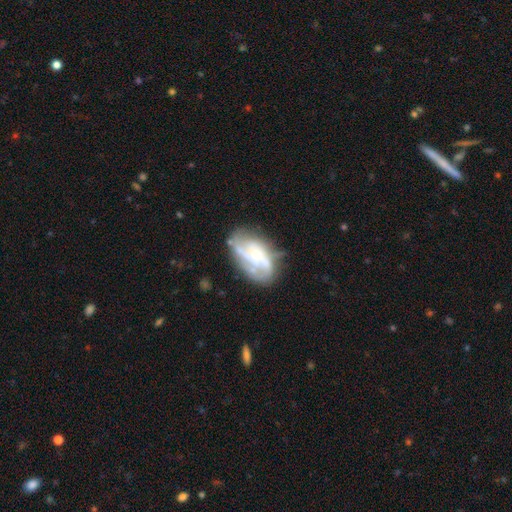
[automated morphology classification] smooth_or_featured: featured or disk (p=0.76) [alt: smooth p=0.17]
disk_edge_on: no (p=0.96) [alt: yes p=0.04]
bar: no (p=0.71) [alt: weak p=0.24]
has_spiral_arms: yes (p=0.80) [alt: no p=0.20]
spiral_winding: medium (p=0.41) [alt: tight p=0.35]
spiral_arm_count: can't tell (p=0.33) [alt: 2 p=0.25]
bulge_size: small (p=0.61) [alt: moderate p=0.31]
merging: none (p=0.53) [alt: minor disturbance p=0.25]